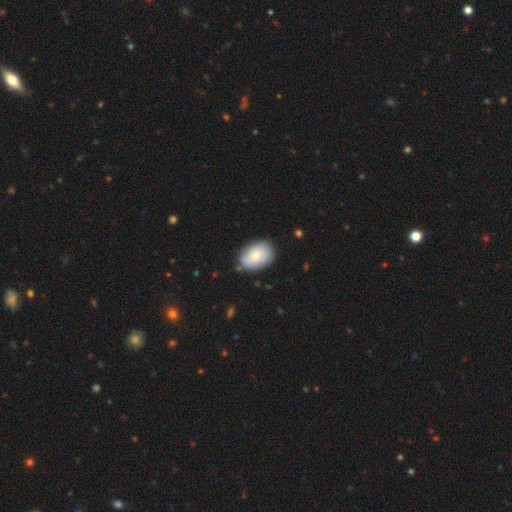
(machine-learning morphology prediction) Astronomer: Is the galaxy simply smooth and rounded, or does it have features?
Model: smooth — 60%.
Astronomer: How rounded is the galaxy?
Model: in between — 80%.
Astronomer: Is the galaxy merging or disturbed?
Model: none — 74%.